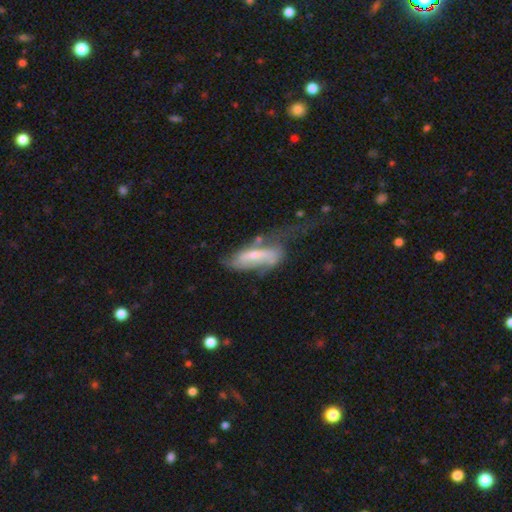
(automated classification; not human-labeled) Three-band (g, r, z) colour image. It shows a featured or disk galaxy (62%). Merging: major disturbance (43%).